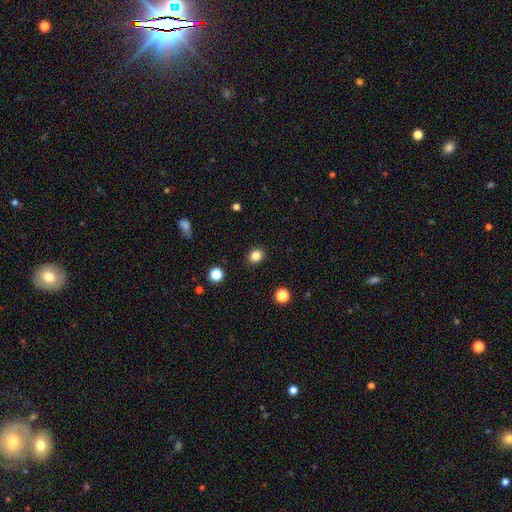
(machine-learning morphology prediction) Overall: smooth (84%). How rounded: round (64%; in between 35%). Merging: none (90%).